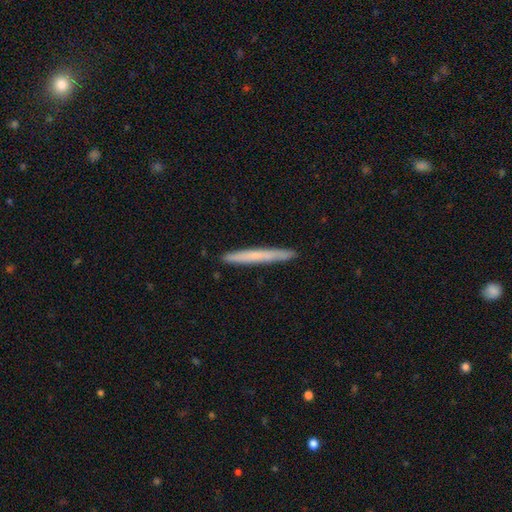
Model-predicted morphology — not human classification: Smooth or featured?
  - smooth: 60% *
  - featured or disk: 34%
  - star or artifact: 6%
How rounded?
  - cigar-shaped: 97% *
  - in between: 2%
  - round: 1%
Merging?
  - none: 91% *
  - minor disturbance: 6%
  - major disturbance: 1%
  - merger: 1%